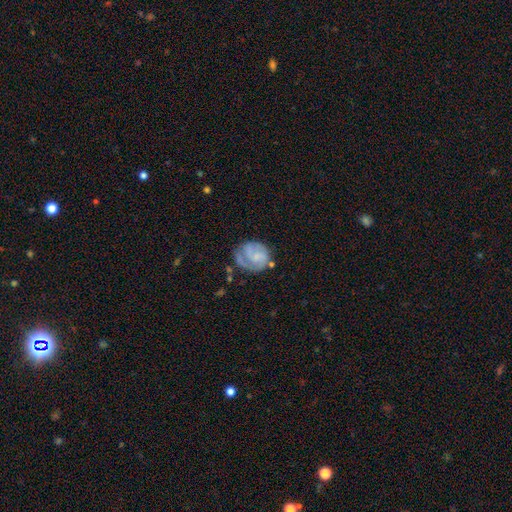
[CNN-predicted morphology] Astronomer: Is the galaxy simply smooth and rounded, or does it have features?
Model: featured or disk — 62%.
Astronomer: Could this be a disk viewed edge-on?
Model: no — 98%.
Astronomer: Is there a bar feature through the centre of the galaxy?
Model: no — 67%.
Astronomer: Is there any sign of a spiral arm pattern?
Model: yes — 84%.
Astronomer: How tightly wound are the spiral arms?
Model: tight — 49% (runner-up: medium, 36%).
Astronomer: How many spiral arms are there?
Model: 2 — 37% (runner-up: 1, 24%).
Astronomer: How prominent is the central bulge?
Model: small — 43% (runner-up: none, 33%).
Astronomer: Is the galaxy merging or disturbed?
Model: none — 51%.